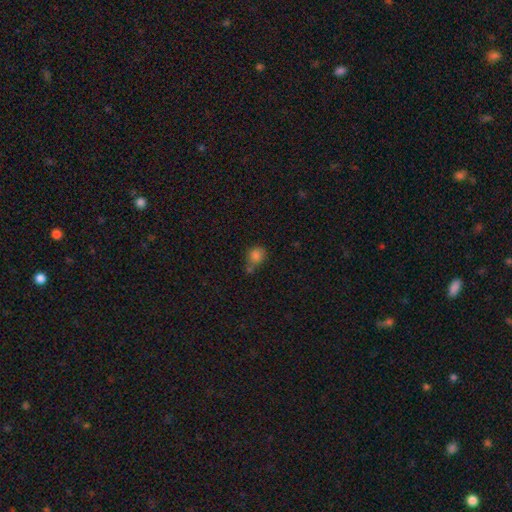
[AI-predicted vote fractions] smooth_or_featured: smooth (p=0.81) [alt: star or artifact p=0.12]
how_rounded: round (p=0.63) [alt: in between p=0.36]
merging: none (p=0.44) [alt: merger p=0.31]